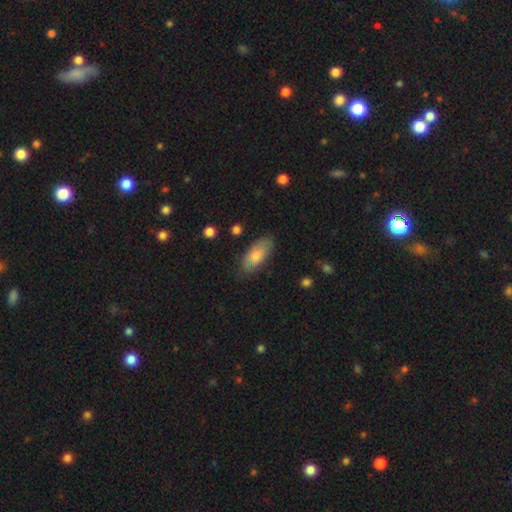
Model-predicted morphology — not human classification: The model was most divided on "smooth or featured": smooth: 65%, featured or disk: 28%, star or artifact: 7%. More confident: how rounded — in between (86%); merging — none (72%).